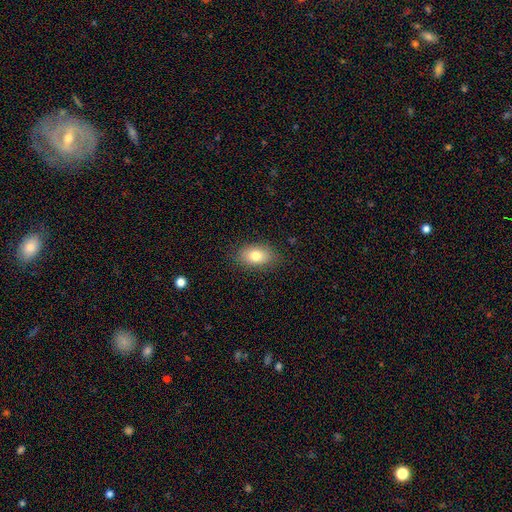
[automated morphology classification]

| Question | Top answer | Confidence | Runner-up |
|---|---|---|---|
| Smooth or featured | smooth | 79% | featured or disk (12%) |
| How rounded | in between | 86% | round (12%) |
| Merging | none | 85% | minor disturbance (11%) |